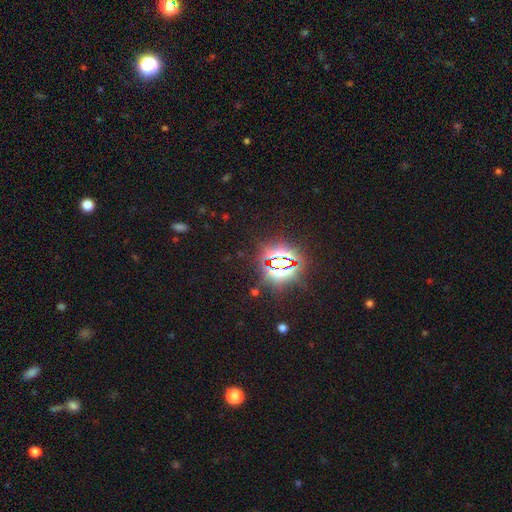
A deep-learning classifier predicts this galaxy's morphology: Smooth or featured? Predicted: star or artifact (p=0.82).